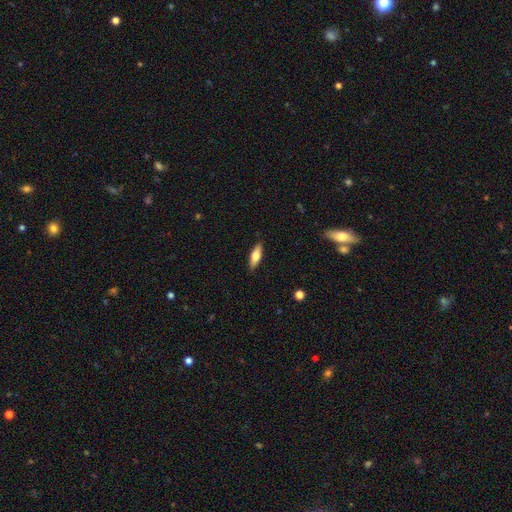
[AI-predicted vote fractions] This appears to be a smooth galaxy with no disk features (64%) that is in between round and cigar-shaped (56%). Merging: none (87%).